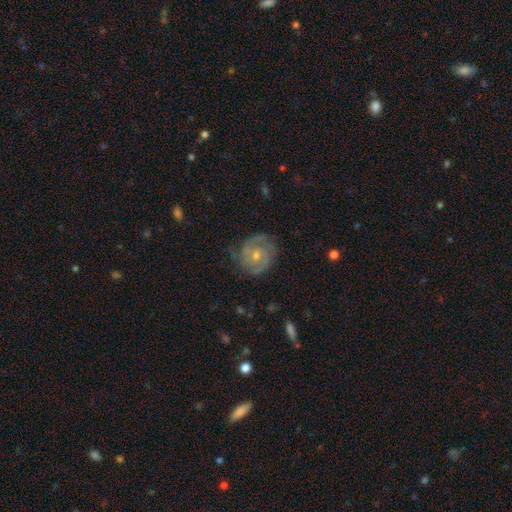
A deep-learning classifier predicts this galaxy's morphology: smooth_or_featured: featured or disk (p=0.76) [alt: smooth p=0.18]
disk_edge_on: no (p=0.98) [alt: yes p=0.02]
bar: no (p=0.70) [alt: weak p=0.26]
has_spiral_arms: yes (p=0.91) [alt: no p=0.09]
spiral_winding: tight (p=0.54) [alt: medium p=0.36]
spiral_arm_count: 2 (p=0.54) [alt: can't tell p=0.20]
bulge_size: moderate (p=0.50) [alt: small p=0.46]
merging: none (p=0.70) [alt: minor disturbance p=0.21]